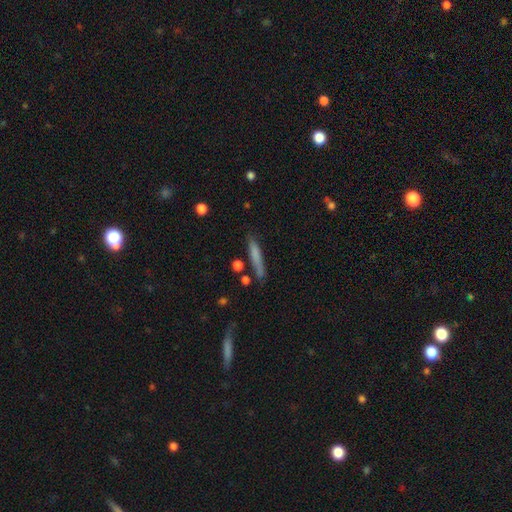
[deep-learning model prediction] smooth_or_featured: smooth (p=0.70) [alt: featured or disk p=0.22]
how_rounded: cigar-shaped (p=0.91) [alt: in between p=0.07]
merging: none (p=0.77) [alt: minor disturbance p=0.15]